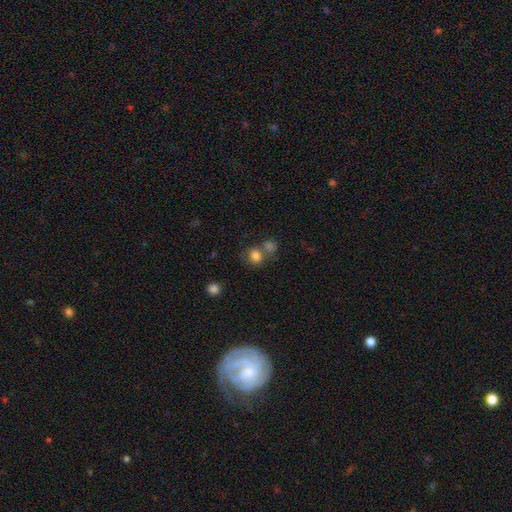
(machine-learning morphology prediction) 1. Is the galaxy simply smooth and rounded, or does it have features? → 80% smooth, 12% star or artifact, 8% featured or disk.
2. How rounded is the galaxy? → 63% round, 36% in between, 1% cigar-shaped.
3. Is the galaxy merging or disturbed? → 47% none, 36% merger, 11% minor disturbance, 5% major disturbance.